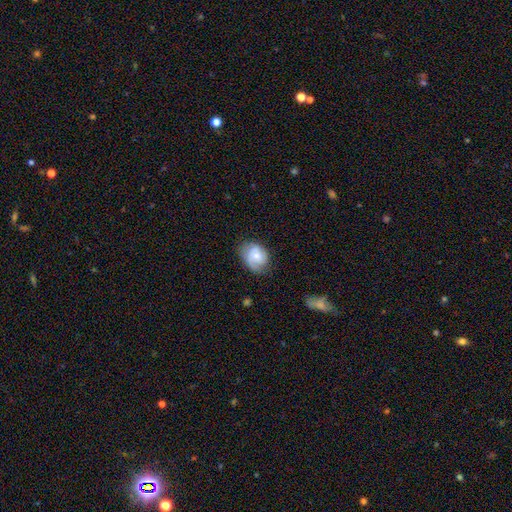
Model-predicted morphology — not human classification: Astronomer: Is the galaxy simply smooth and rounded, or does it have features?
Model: smooth — 50% (runner-up: featured or disk, 43%).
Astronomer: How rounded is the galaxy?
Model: in between — 58% (runner-up: round, 41%).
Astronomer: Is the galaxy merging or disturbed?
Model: none — 60%.